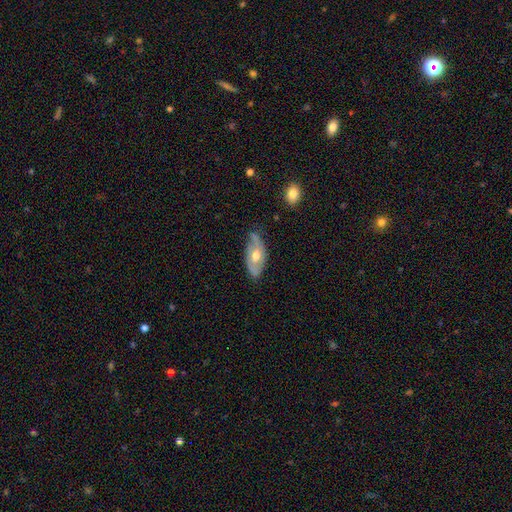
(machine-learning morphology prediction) smooth_or_featured: featured or disk (p=0.60) [alt: smooth p=0.34]
disk_edge_on: no (p=0.84) [alt: yes p=0.16]
bar: no (p=0.66) [alt: weak p=0.27]
has_spiral_arms: yes (p=0.62) [alt: no p=0.38]
bulge_size: moderate (p=0.75) [alt: small p=0.13]
merging: none (p=0.65) [alt: minor disturbance p=0.27]